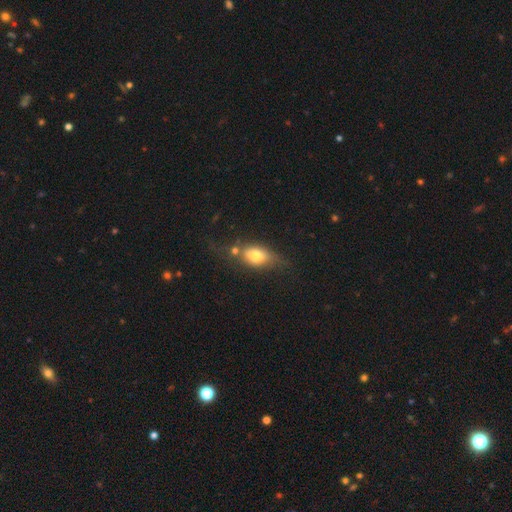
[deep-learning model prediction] smooth-or-featured: smooth: 67% | featured or disk: 24% | star or artifact: 9%
  how-rounded: in between: 77% | round: 15% | cigar-shaped: 8%
  merging: none: 43% | minor disturbance: 25% | major disturbance: 16% | merger: 16%